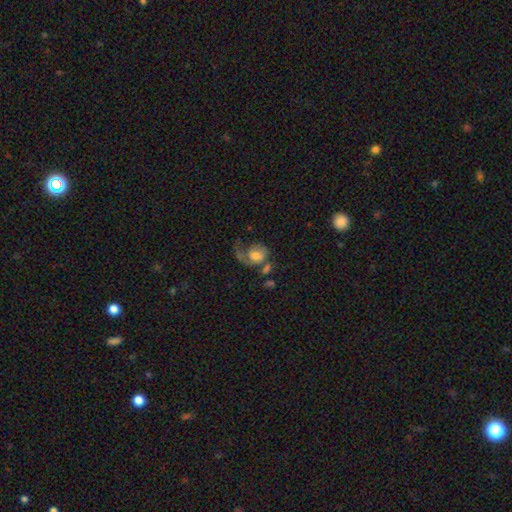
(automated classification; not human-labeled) featured or disk 48%, smooth 44%, star or artifact 9%. Down the decision tree: merging — major disturbance (49%).